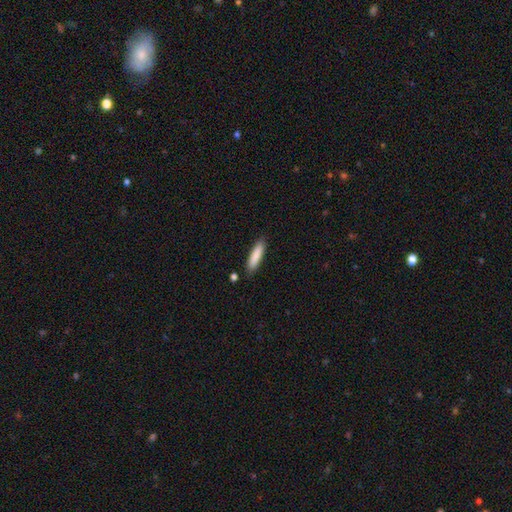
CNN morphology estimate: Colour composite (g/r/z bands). It shows a smooth galaxy with no disk features (86%) that is cigar-shaped (77%). Merging: none (86%).